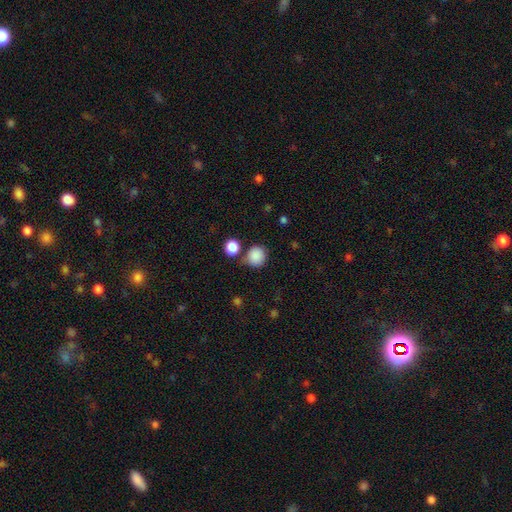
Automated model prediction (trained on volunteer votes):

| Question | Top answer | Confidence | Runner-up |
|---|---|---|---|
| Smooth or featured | smooth | 87% | star or artifact (9%) |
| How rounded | round | 86% | in between (13%) |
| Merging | none | 72% | minor disturbance (13%) |